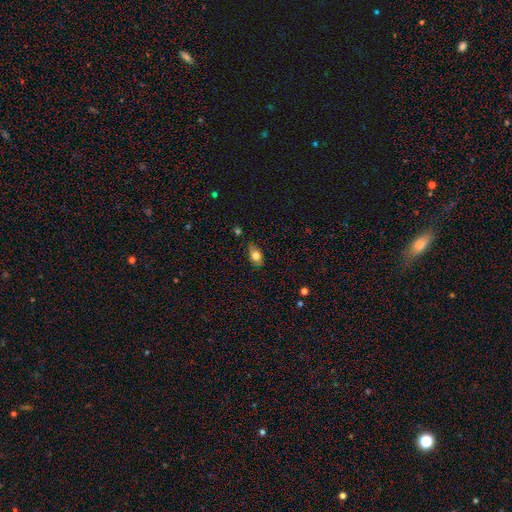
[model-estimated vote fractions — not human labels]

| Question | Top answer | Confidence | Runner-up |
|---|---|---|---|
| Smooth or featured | smooth | 76% | featured or disk (15%) |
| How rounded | in between | 83% | round (13%) |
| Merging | none | 74% | minor disturbance (20%) |